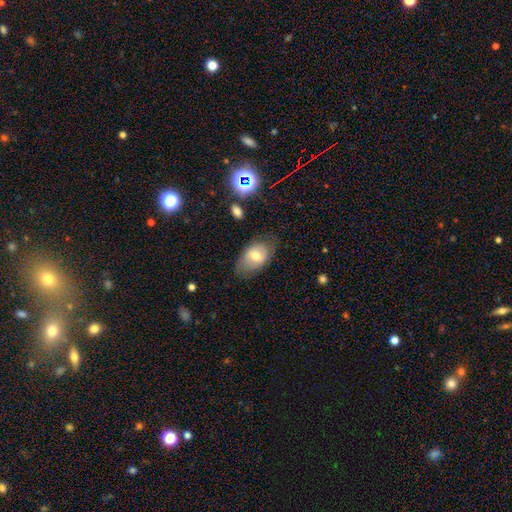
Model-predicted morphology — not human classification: smooth_or_featured: smooth (p=0.65) [alt: featured or disk p=0.27]
how_rounded: in between (p=0.88) [alt: round p=0.11]
merging: none (p=0.65) [alt: minor disturbance p=0.24]